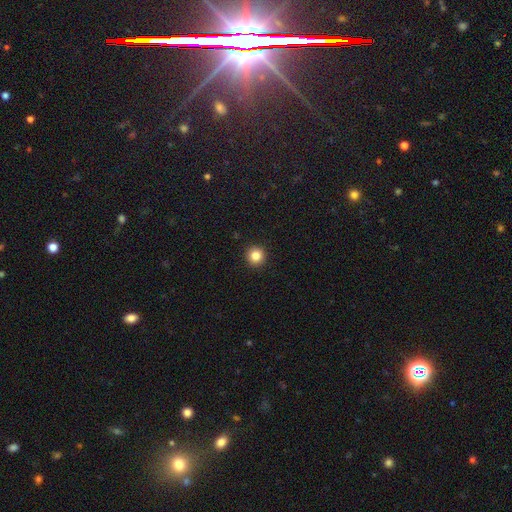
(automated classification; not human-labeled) This is clearly a smooth galaxy (84%). How rounded: clearly round (95%). Merging: clearly none (93%).